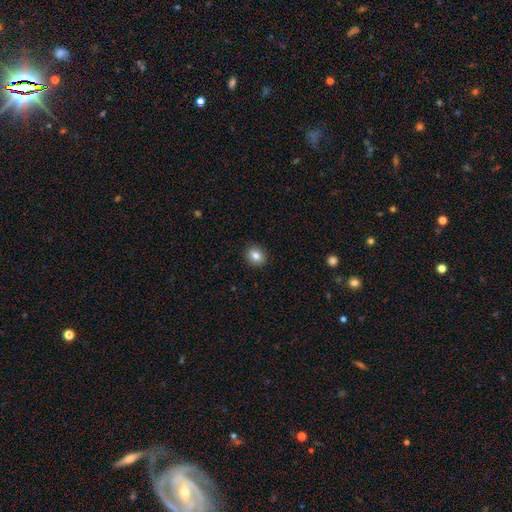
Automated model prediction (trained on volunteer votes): A smooth galaxy with no disk features (82%) that is round (68%). Merging: none (91%).